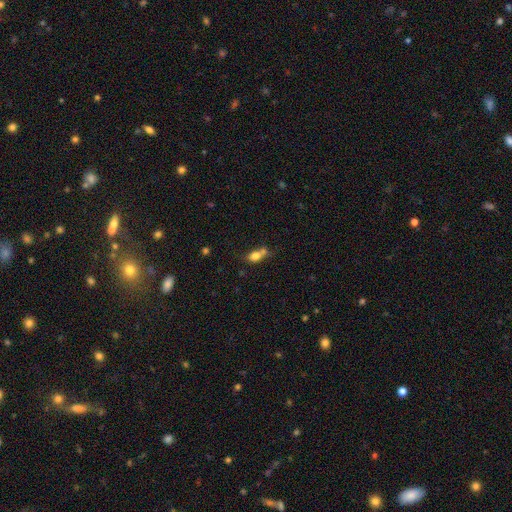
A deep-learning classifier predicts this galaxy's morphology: Q: Smooth or featured?
A: smooth (77%); runner-up: featured or disk (13%)
Q: How rounded?
A: in between (72%); runner-up: round (21%)
Q: Merging?
A: merger (38%); runner-up: none (37%)